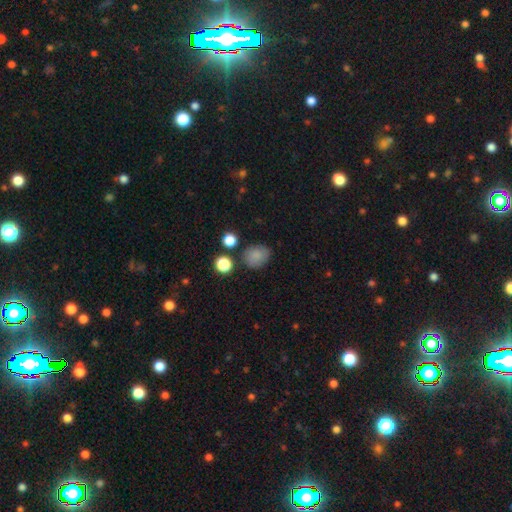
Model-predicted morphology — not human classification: This appears to be a smooth galaxy with no disk features (82%) that is round (56%). Merging: none (75%).